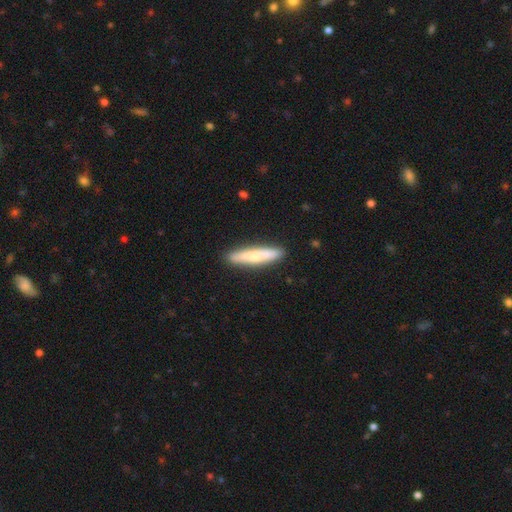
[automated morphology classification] A smooth galaxy with no disk features (64%) that is cigar-shaped (88%). Merging: none (90%).